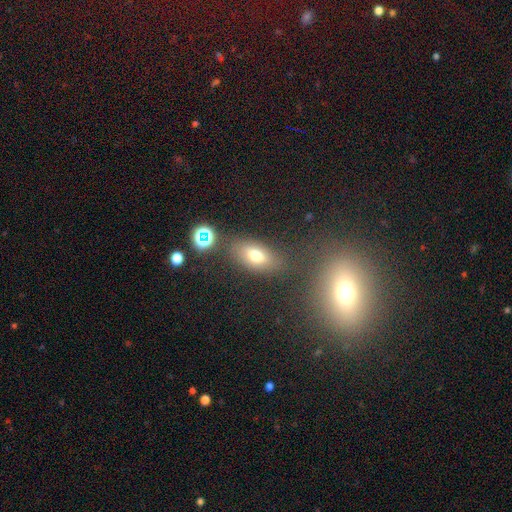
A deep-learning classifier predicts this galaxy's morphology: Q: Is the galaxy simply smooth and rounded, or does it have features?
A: smooth — 71%.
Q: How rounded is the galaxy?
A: in between — 81%.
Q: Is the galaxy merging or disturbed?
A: none — 76%.